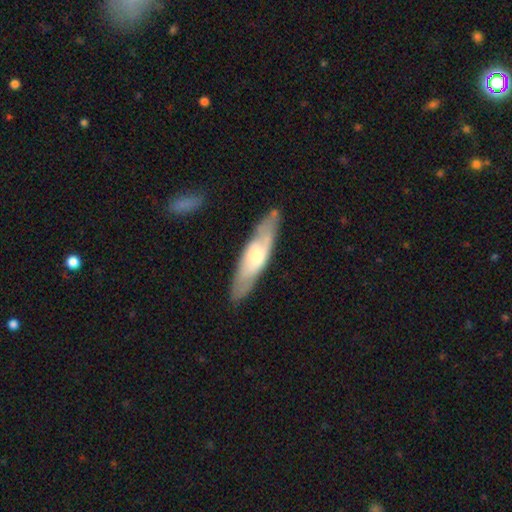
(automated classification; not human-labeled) Q: Smooth or featured?
A: featured or disk (53%); runner-up: smooth (42%)
Q: Edge-on disk?
A: yes (54%); runner-up: no (46%)
Q: Merging?
A: none (83%); runner-up: minor disturbance (12%)